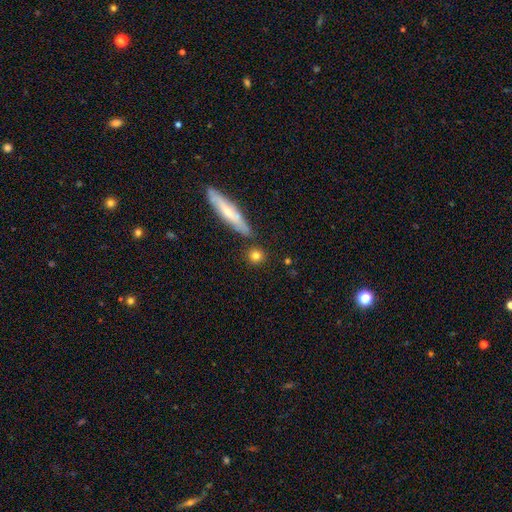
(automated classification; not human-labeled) Smooth or featured?
  - smooth: 79% *
  - featured or disk: 12%
  - star or artifact: 9%
How rounded?
  - round: 81% *
  - in between: 11%
  - cigar-shaped: 8%
Merging?
  - none: 82% *
  - minor disturbance: 9%
  - merger: 6%
  - major disturbance: 3%